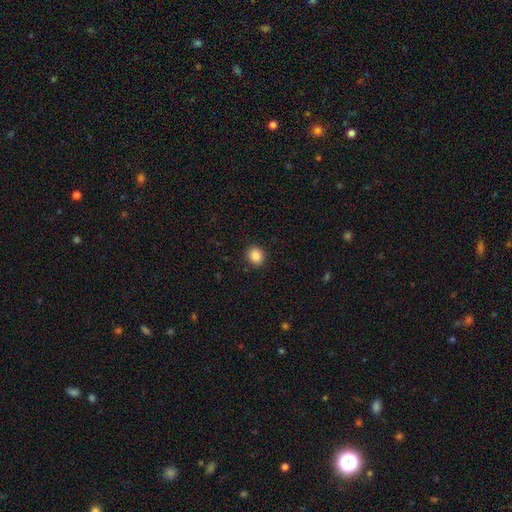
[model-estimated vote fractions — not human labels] smooth-or-featured: smooth: 86% | star or artifact: 10% | featured or disk: 4%
  how-rounded: round: 80% | in between: 19% | cigar-shaped: 1%
  merging: none: 91% | minor disturbance: 6% | major disturbance: 2% | merger: 1%